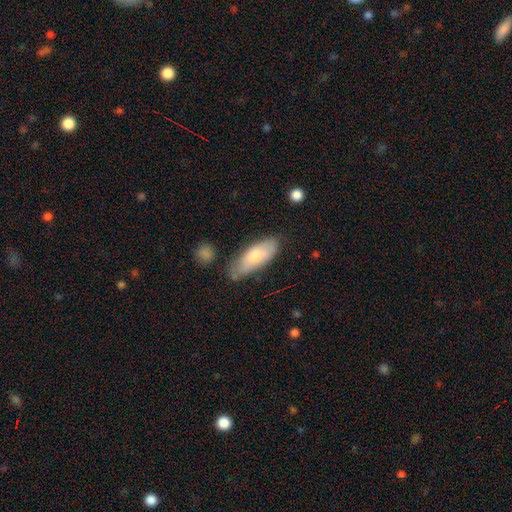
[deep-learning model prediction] This appears to be a smooth galaxy with no disk features (76%) that is in between round and cigar-shaped (73%). Merging: none (64%).